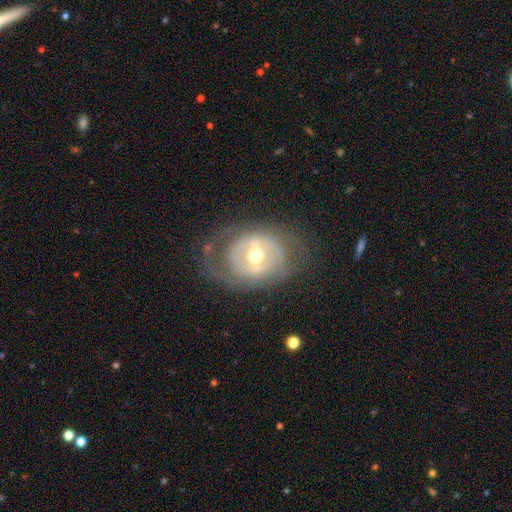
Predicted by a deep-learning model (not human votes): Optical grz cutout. It shows a featured or disk galaxy (78%) with no bar (43%), spiral arms (67%) and a moderate central bulge (70%). Merging: none (65%).